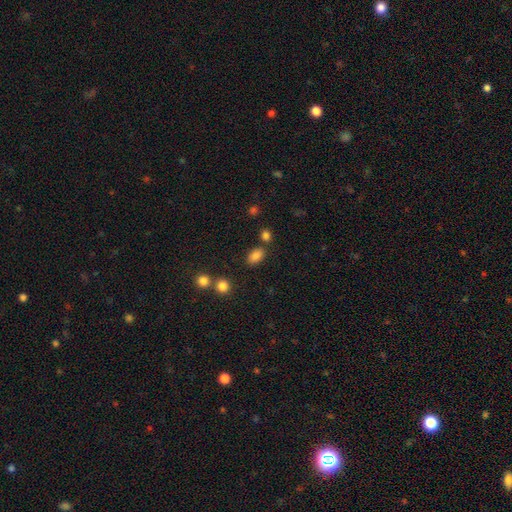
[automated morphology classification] Overall: smooth (84%). How rounded: in between (88%). Merging: none (76%).